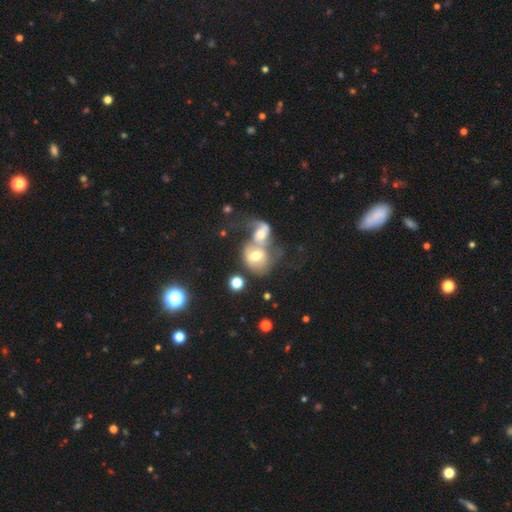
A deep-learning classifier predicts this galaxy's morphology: featured or disk 46%, smooth 44%, star or artifact 10%. Down the decision tree: merging — merger (74%).